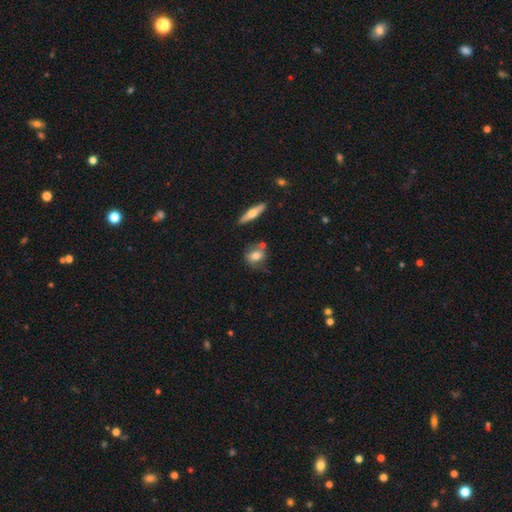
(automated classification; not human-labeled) This is likely a smooth galaxy (62%). How rounded: possibly in between (49%). Merging: possibly none (56%).